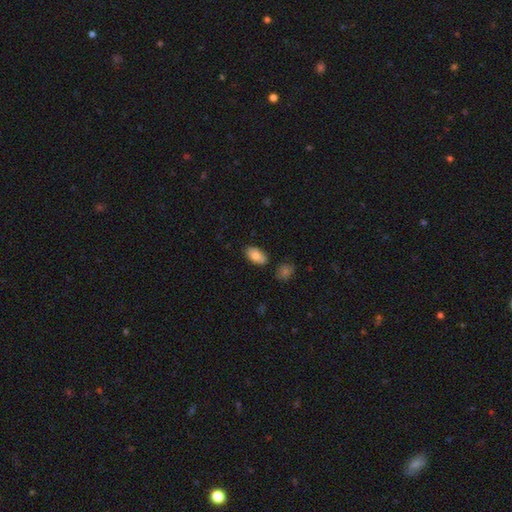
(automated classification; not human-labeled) A smooth galaxy with no disk features (83%) that is in between round and cigar-shaped (93%).

Vote fractions:
- Smooth or featured? smooth: 83% / featured or disk: 10% / star or artifact: 7%
- How rounded? in between: 93% / round: 4% / cigar-shaped: 2%
- Merging? none: 81% / minor disturbance: 13% / merger: 4% / major disturbance: 2%